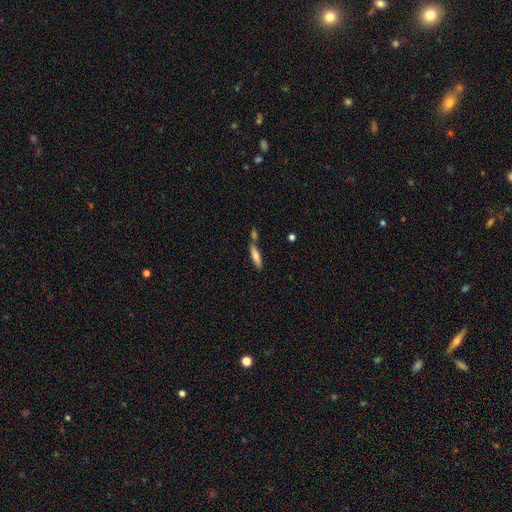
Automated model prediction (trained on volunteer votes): smooth-or-featured: smooth: 66% | featured or disk: 27% | star or artifact: 7%
  how-rounded: cigar-shaped: 74% | in between: 24% | round: 2%
  merging: none: 57% | merger: 26% | minor disturbance: 13% | major disturbance: 4%